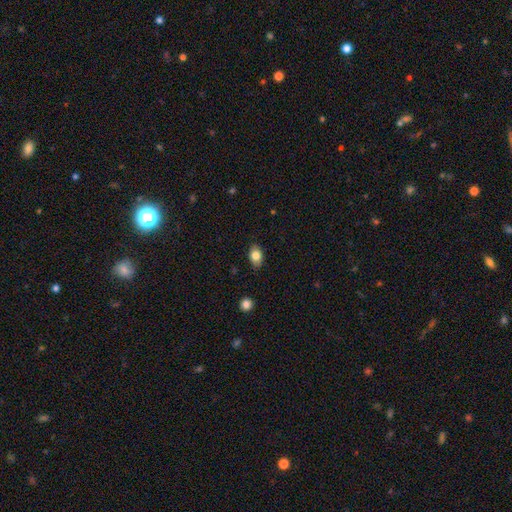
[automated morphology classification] Smooth or featured?
  - smooth: 82% *
  - featured or disk: 10%
  - star or artifact: 8%
How rounded?
  - in between: 82% *
  - round: 17%
  - cigar-shaped: 1%
Merging?
  - none: 85% *
  - minor disturbance: 12%
  - major disturbance: 2%
  - merger: 1%